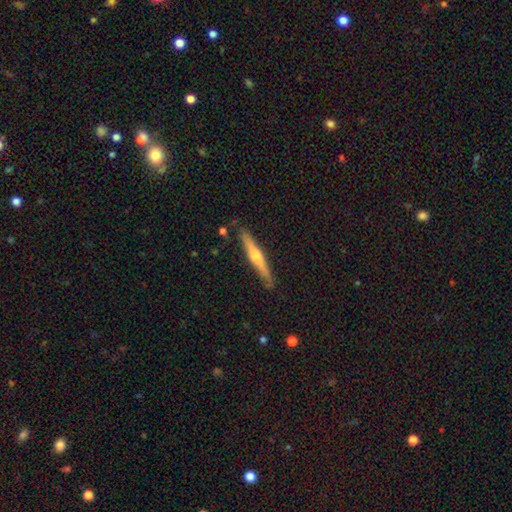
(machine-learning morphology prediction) featured or disk 62%, smooth 33%, star or artifact 5%. Down the decision tree: edge-on disk — yes (97%); edge-on bulge — rounded (84%); merging — none (86%).